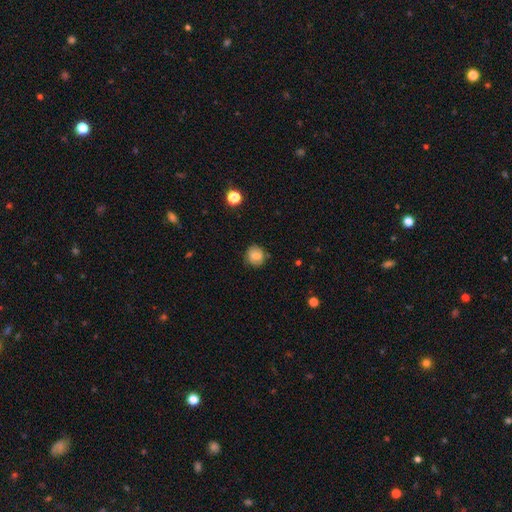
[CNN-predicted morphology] Smooth or featured: smooth — 71% (featured or disk — 19%)
How rounded: round — 79% (in between — 20%)
Merging: none — 77% (minor disturbance — 17%)